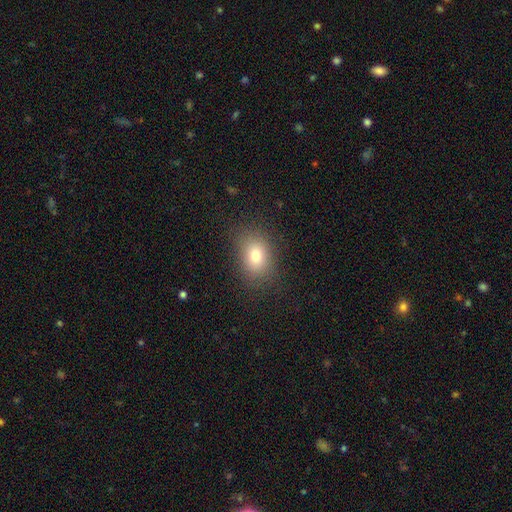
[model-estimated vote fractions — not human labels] This is likely a smooth galaxy (76%). How rounded: likely in between (64%). Merging: clearly none (84%).